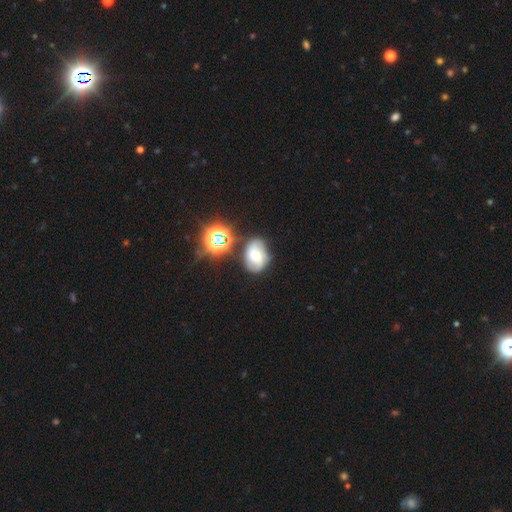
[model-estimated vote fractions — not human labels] Q: Smooth or featured?
A: featured or disk (48%); runner-up: smooth (36%)
Q: Merging?
A: none (66%); runner-up: minor disturbance (20%)